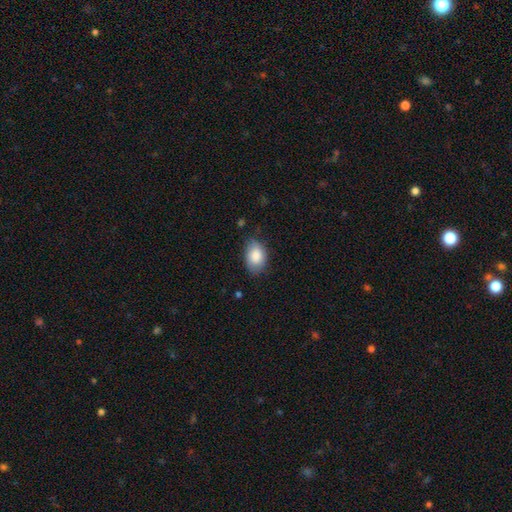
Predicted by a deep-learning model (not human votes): The model was most divided on "merging": none: 67%, minor disturbance: 27%, major disturbance: 5%, merger: 1%. More confident: how rounded — in between (85%); smooth or featured — smooth (85%).